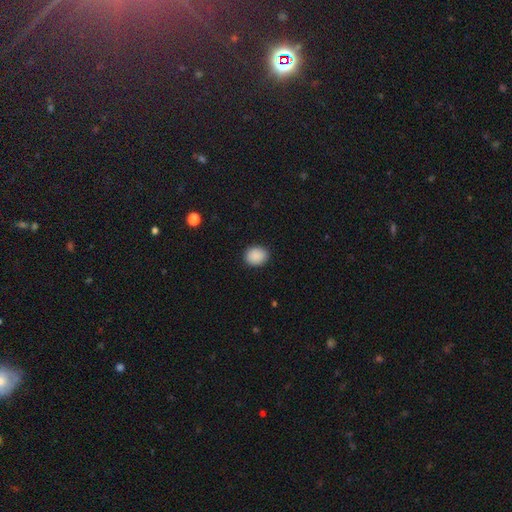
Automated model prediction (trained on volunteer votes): Overall: smooth (89%). How rounded: round (55%; in between 45%). Merging: none (89%).